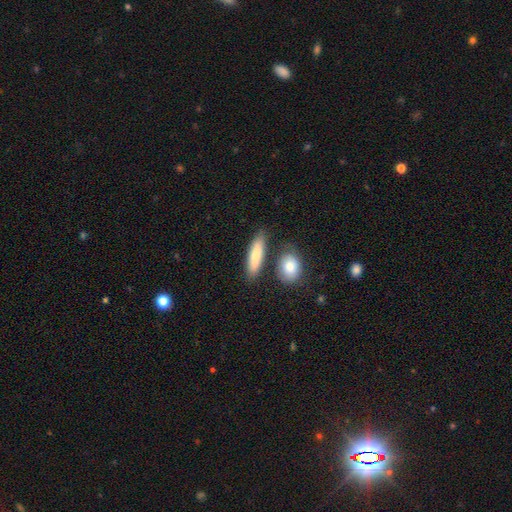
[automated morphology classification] A smooth galaxy with no disk features (78%) that is cigar-shaped (56%).

Vote fractions:
- Smooth or featured? smooth: 78% / featured or disk: 17% / star or artifact: 6%
- How rounded? cigar-shaped: 56% / in between: 40% / round: 3%
- Merging? none: 76% / minor disturbance: 11% / merger: 10% / major disturbance: 3%